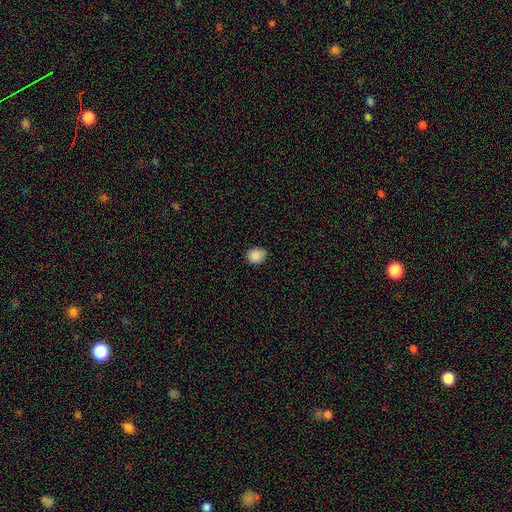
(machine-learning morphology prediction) Smooth or featured? Predicted: smooth (p=0.88). How rounded? Predicted: round (p=0.57). Merging? Predicted: none (p=0.80).